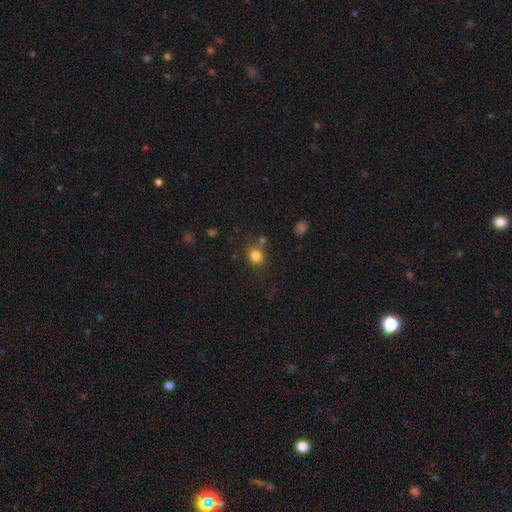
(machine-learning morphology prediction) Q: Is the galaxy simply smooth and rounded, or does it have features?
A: smooth — 81%.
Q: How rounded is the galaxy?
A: round — 72%.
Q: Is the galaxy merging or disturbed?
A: none — 71%.